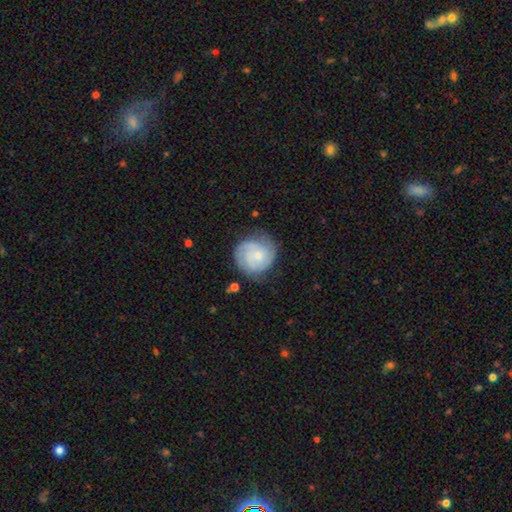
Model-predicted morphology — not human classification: The model was most divided on "spiral arm count": 2: 35%, can't tell: 32%, 3: 19%, 1: 7%, 4: 5%, more than 4: 4%. More confident: edge-on disk — no (98%); spiral arms — yes (88%); bar — no (79%); merging — none (70%); bulge size — small (64%); spiral winding — tight (63%); smooth or featured — featured or disk (59%).